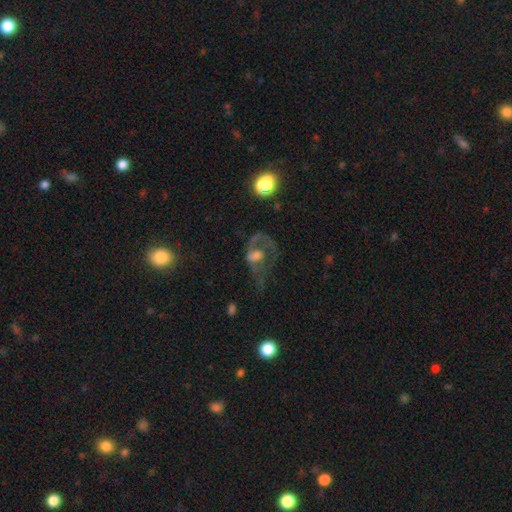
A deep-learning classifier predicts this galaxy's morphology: featured or disk 58%, smooth 27%, star or artifact 15%. Down the decision tree: edge-on disk — no (96%); bar — no (72%); spiral arms — no (52%); bulge size — moderate (39%); merging — major disturbance (52%).